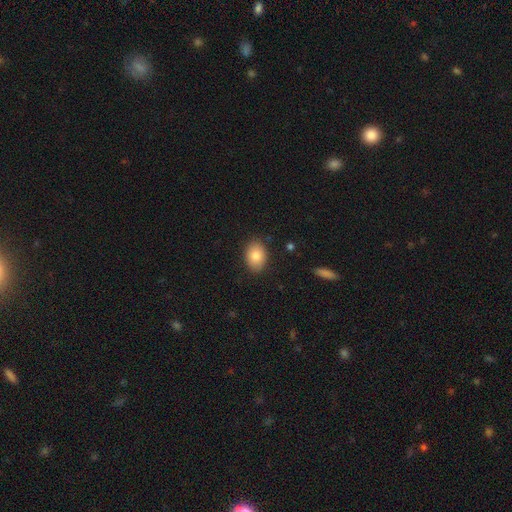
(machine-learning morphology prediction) Smooth or featured? Predicted: smooth (p=0.83). How rounded? Predicted: in between (p=0.79). Merging? Predicted: none (p=0.86).